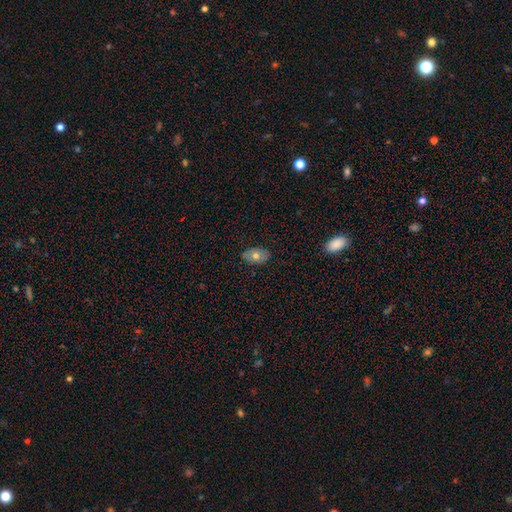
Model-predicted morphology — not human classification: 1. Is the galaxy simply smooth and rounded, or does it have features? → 68% smooth, 23% featured or disk, 9% star or artifact.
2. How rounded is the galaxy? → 87% in between, 12% round, 1% cigar-shaped.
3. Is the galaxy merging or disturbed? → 84% none, 13% minor disturbance, 2% major disturbance, 1% merger.